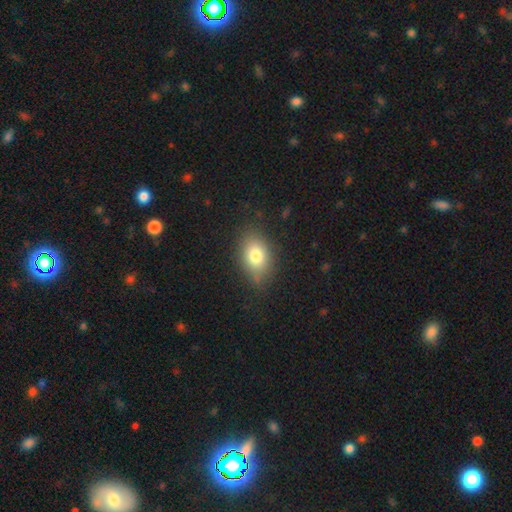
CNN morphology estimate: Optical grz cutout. It shows a smooth galaxy with no disk features (79%) that is in between round and cigar-shaped (79%). Merging: none (78%).